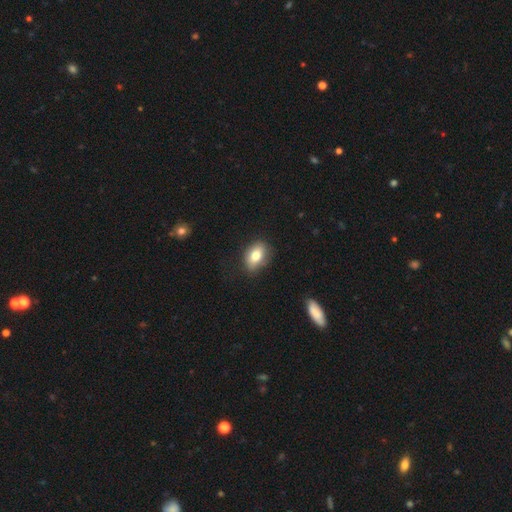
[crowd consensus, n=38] Smooth or featured? smooth (79%)
How rounded? in between (83%)
Merging? none (65%)